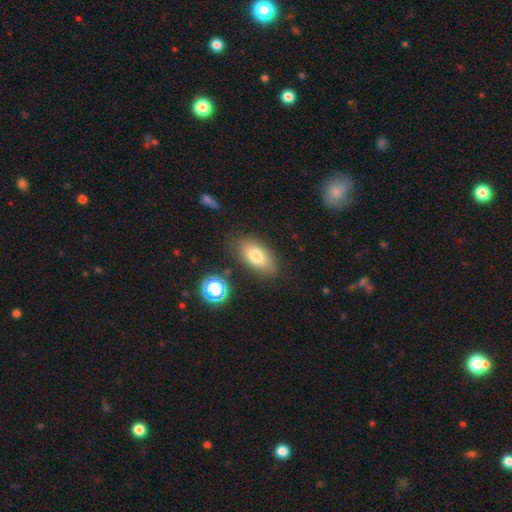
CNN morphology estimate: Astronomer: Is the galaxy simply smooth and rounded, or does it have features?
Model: smooth — 78%.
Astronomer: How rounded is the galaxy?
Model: in between — 90%.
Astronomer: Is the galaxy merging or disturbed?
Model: none — 83%.